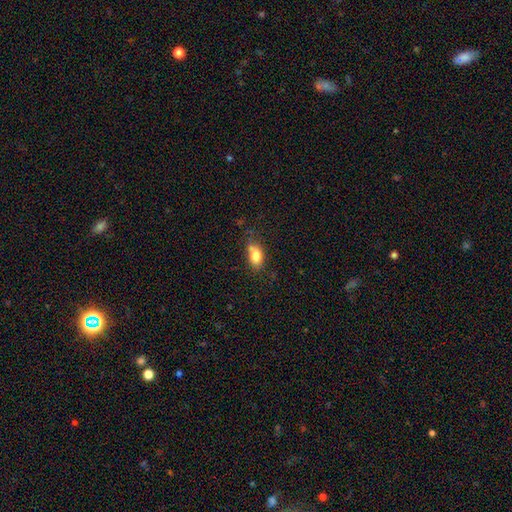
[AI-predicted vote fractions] This appears to be a smooth galaxy with no disk features (80%) that is in between round and cigar-shaped (83%). Merging: none (58%).